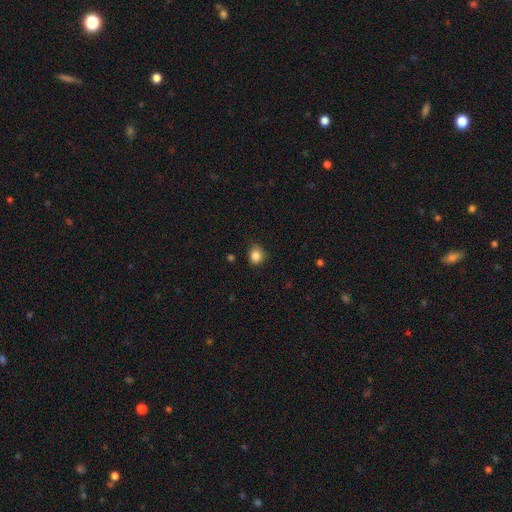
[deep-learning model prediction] Smooth or featured?
  - smooth: 86% *
  - star or artifact: 10%
  - featured or disk: 4%
How rounded?
  - round: 66% *
  - in between: 33%
  - cigar-shaped: 1%
Merging?
  - none: 74% *
  - minor disturbance: 21%
  - major disturbance: 4%
  - merger: 1%